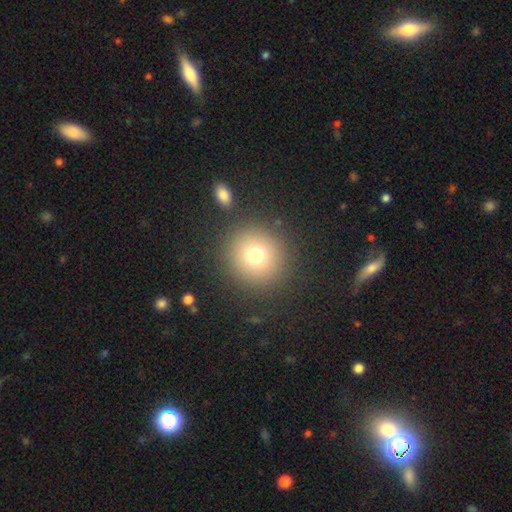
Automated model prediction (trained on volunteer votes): Overall: smooth (75%). How rounded: round (93%). Merging: none (86%).